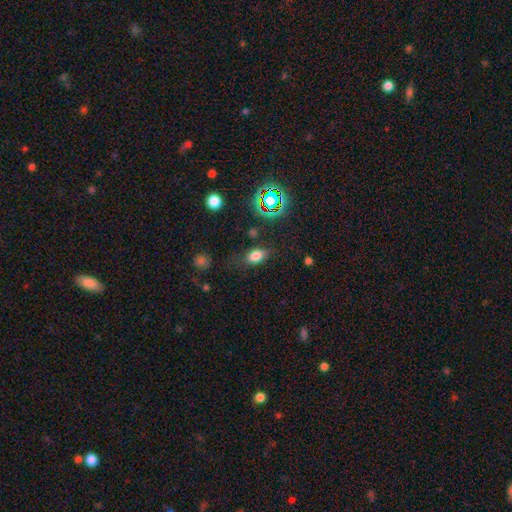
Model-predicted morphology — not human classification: Smooth or featured? Predicted: smooth (p=0.73). How rounded? Predicted: in between (p=0.82). Merging? Predicted: none (p=0.73).